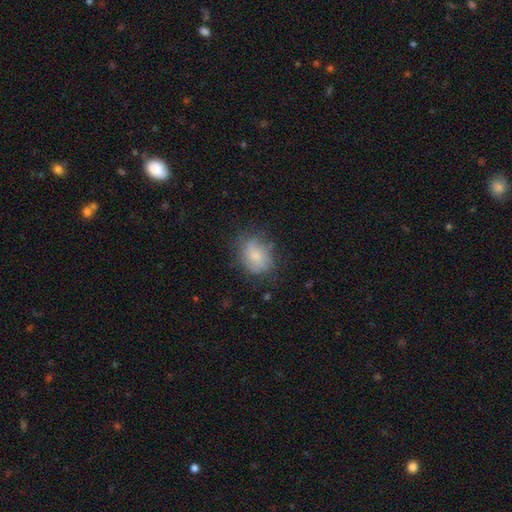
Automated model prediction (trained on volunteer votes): Morphology: type=smooth (62%); roundness=in between (63%); merging=none (63%).